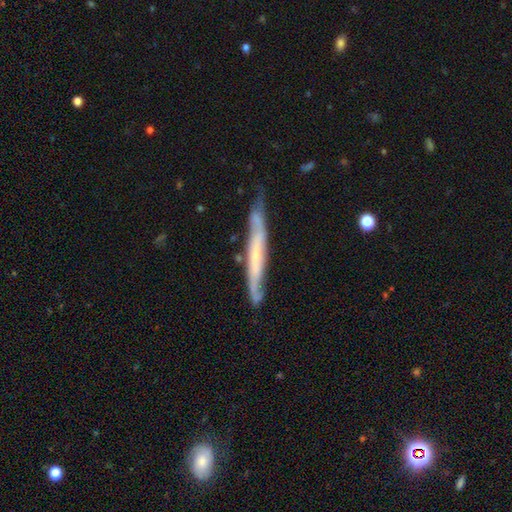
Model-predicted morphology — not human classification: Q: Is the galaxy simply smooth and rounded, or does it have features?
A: featured or disk — 64%.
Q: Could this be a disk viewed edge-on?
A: yes — 78%.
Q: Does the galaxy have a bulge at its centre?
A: none — 75%.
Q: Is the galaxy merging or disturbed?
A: none — 68%.